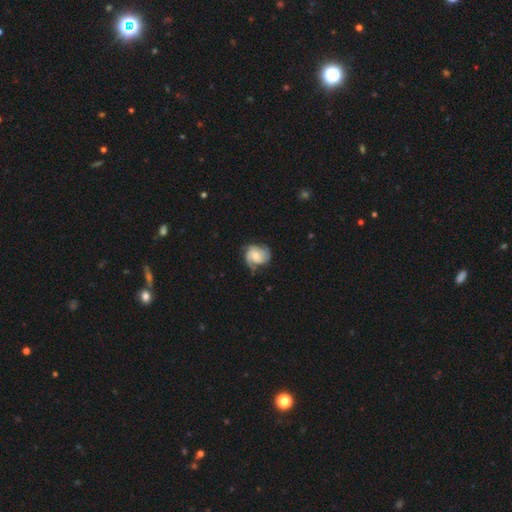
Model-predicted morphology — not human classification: smooth_or_featured: featured or disk (p=0.73) [alt: smooth p=0.20]
disk_edge_on: no (p=0.98) [alt: yes p=0.02]
bar: no (p=0.63) [alt: weak p=0.31]
has_spiral_arms: yes (p=0.95) [alt: no p=0.05]
spiral_winding: tight (p=0.46) [alt: medium p=0.41]
spiral_arm_count: 3 (p=0.44) [alt: 2 p=0.27]
bulge_size: moderate (p=0.46) [alt: small p=0.36]
merging: none (p=0.68) [alt: minor disturbance p=0.21]